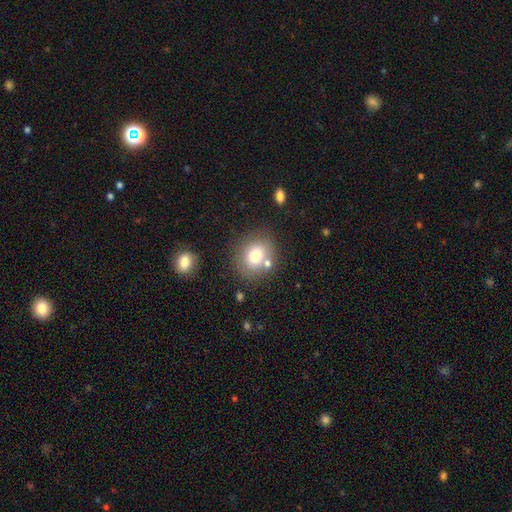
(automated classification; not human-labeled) Q: Smooth or featured?
A: smooth (75%); runner-up: featured or disk (15%)
Q: How rounded?
A: round (68%); runner-up: in between (31%)
Q: Merging?
A: none (70%); runner-up: merger (13%)